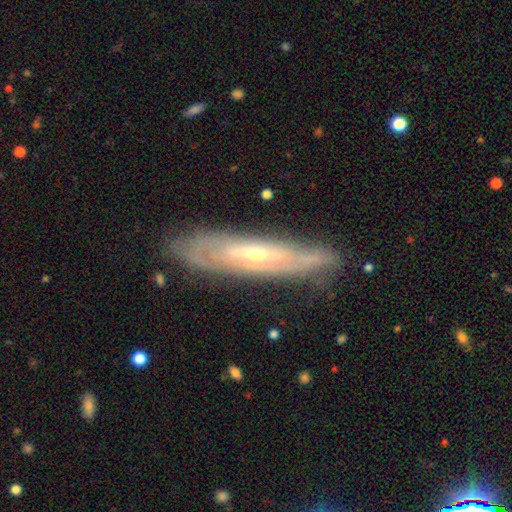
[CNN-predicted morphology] featured or disk 75%, smooth 18%, star or artifact 7%. Down the decision tree: edge-on disk — no (50%, tied with yes); merging — none (80%).